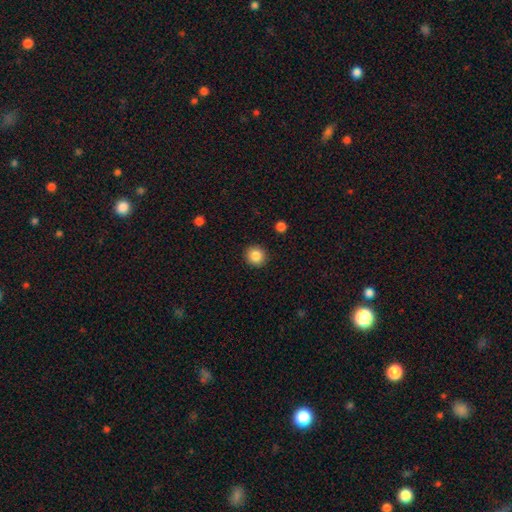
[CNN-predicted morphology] Q: Smooth or featured?
A: smooth (86%); runner-up: star or artifact (10%)
Q: How rounded?
A: round (92%); runner-up: in between (7%)
Q: Merging?
A: none (92%); runner-up: minor disturbance (5%)